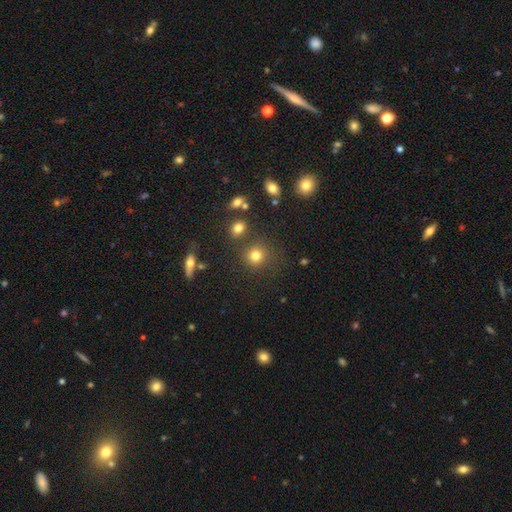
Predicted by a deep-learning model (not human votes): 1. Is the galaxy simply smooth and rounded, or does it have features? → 78% smooth, 15% star or artifact, 7% featured or disk.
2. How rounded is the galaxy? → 88% round, 10% in between, 1% cigar-shaped.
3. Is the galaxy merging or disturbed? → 79% none, 10% minor disturbance, 7% merger, 4% major disturbance.